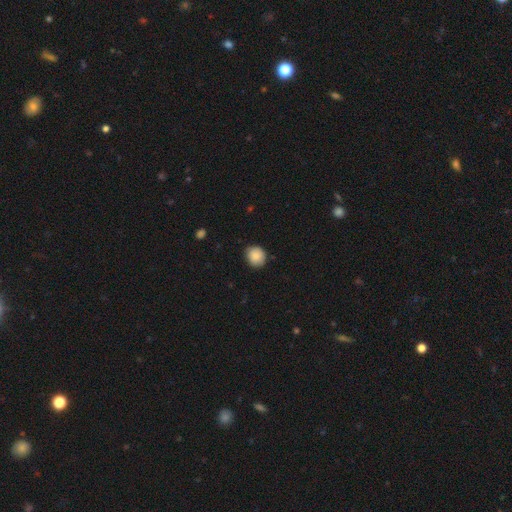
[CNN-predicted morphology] A smooth galaxy with no disk features (88%) that is round (79%). Merging: none (84%).